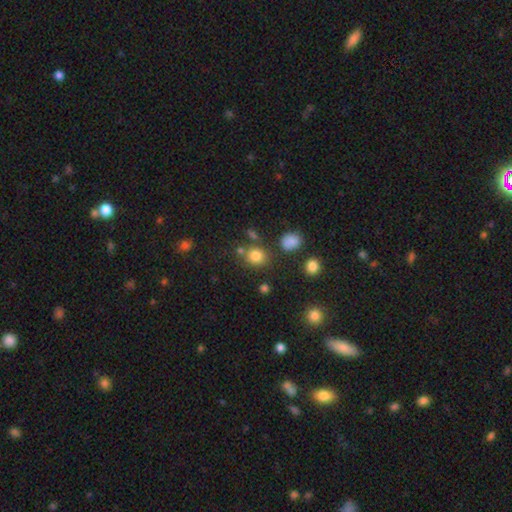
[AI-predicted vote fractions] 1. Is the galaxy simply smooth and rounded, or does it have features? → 80% smooth, 14% star or artifact, 6% featured or disk.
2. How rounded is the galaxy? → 79% round, 20% in between, 1% cigar-shaped.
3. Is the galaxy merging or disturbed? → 73% none, 11% minor disturbance, 11% merger, 5% major disturbance.